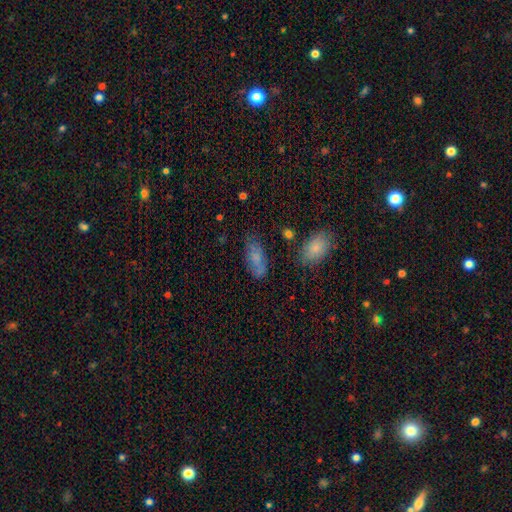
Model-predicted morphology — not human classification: A smooth galaxy with no disk features (68%) that is in between round and cigar-shaped (87%).

Vote fractions:
- Smooth or featured? smooth: 68% / featured or disk: 22% / star or artifact: 10%
- How rounded? in between: 87% / cigar-shaped: 9% / round: 4%
- Merging? none: 64% / minor disturbance: 23% / major disturbance: 9% / merger: 4%